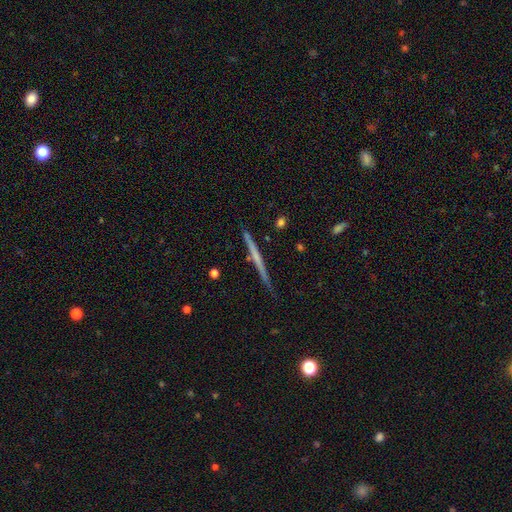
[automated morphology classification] Smooth or featured? featured or disk (59%)
Edge-on disk? yes (98%)
Edge-on bulge? none (84%)
Merging? none (85%)